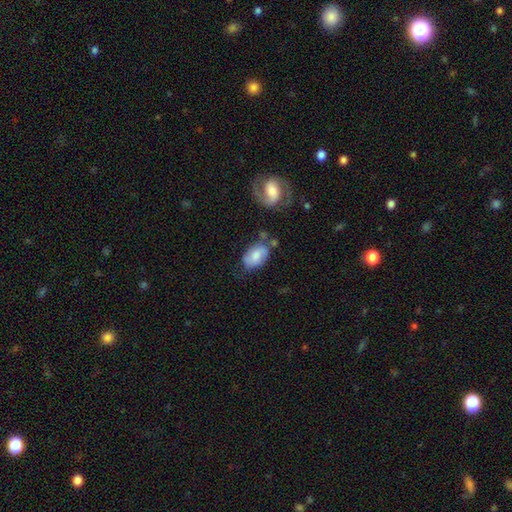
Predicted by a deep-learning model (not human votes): Smooth or featured: smooth — 65% (featured or disk — 28%)
How rounded: in between — 88% (round — 10%)
Merging: none — 51% (minor disturbance — 27%)